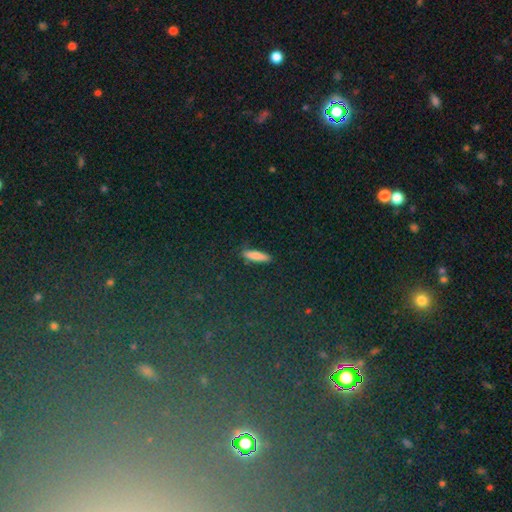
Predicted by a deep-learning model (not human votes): A smooth galaxy with no disk features (79%) that is cigar-shaped (76%).

Vote fractions:
- Smooth or featured? smooth: 79% / featured or disk: 12% / star or artifact: 8%
- How rounded? cigar-shaped: 76% / in between: 22% / round: 2%
- Merging? none: 84% / minor disturbance: 11% / major disturbance: 3% / merger: 2%